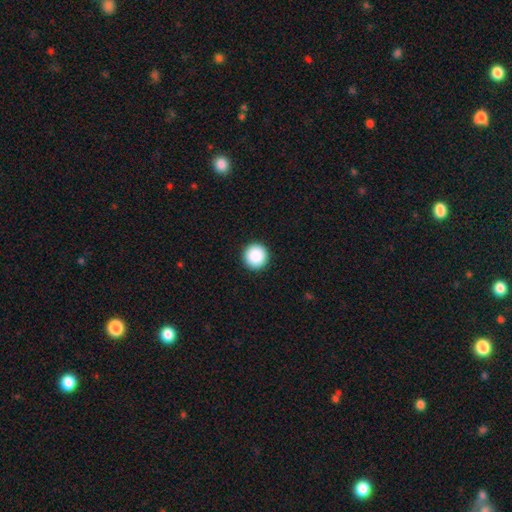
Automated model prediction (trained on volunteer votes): Morphology: type=smooth (89%); roundness=round (96%); merging=none (94%).